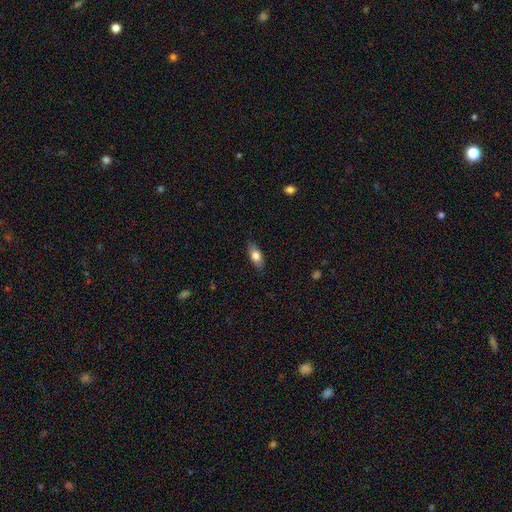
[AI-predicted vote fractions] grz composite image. It shows a smooth galaxy with no disk features (74%) that is in between round and cigar-shaped (81%). Merging: none (83%).